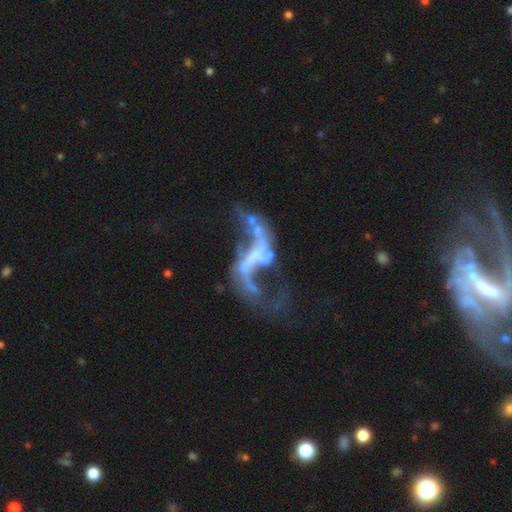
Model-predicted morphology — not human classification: Smooth or featured? Predicted: featured or disk (p=0.83). Edge-on disk? Predicted: no (p=0.96). Bar? Predicted: no (p=0.43). Spiral arms? Predicted: yes (p=0.76). Spiral winding? Predicted: loose (p=0.90). Spiral arm count? Predicted: 2 (p=0.79). Bulge size? Predicted: none (p=0.66). Merging? Predicted: major disturbance (p=0.37).